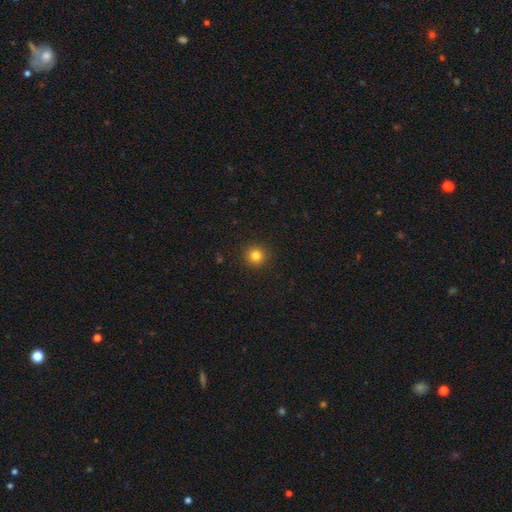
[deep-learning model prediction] A smooth galaxy with no disk features (82%) that is round (95%). Merging: none (93%).